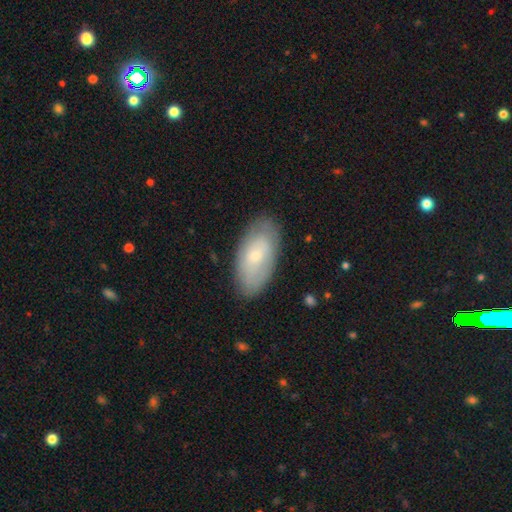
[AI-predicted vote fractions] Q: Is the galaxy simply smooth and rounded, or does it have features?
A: smooth — 57%.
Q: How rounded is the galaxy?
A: in between — 93%.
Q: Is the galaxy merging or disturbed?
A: none — 81%.